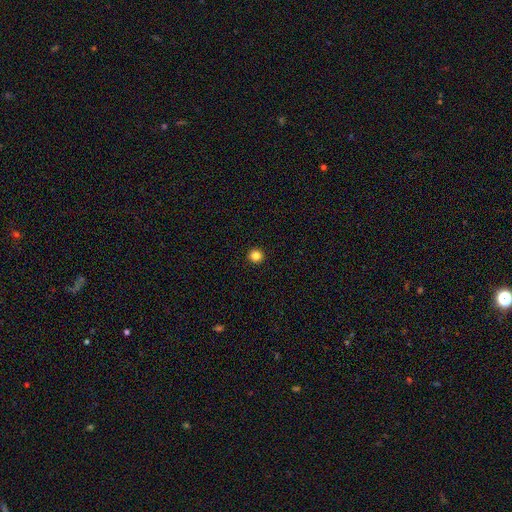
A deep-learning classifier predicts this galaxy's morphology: type=smooth (84%); roundness=round (95%); merging=none (94%).